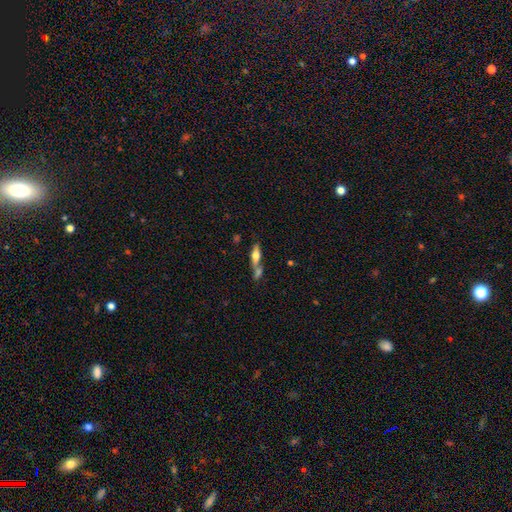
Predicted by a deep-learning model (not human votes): Morphology: type=smooth (47%); merging=none (45%).